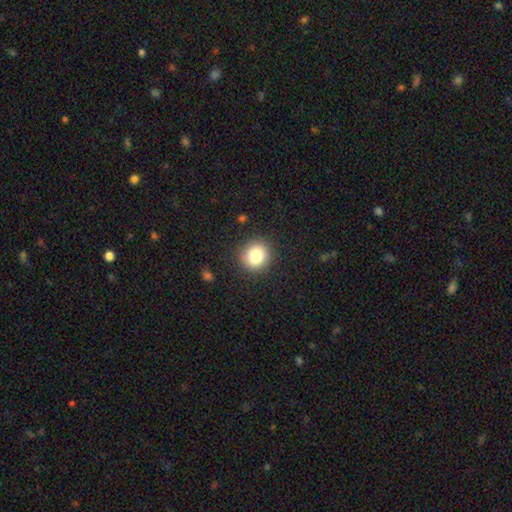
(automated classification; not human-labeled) Overall: smooth (82%). How rounded: round (89%). Merging: none (90%).